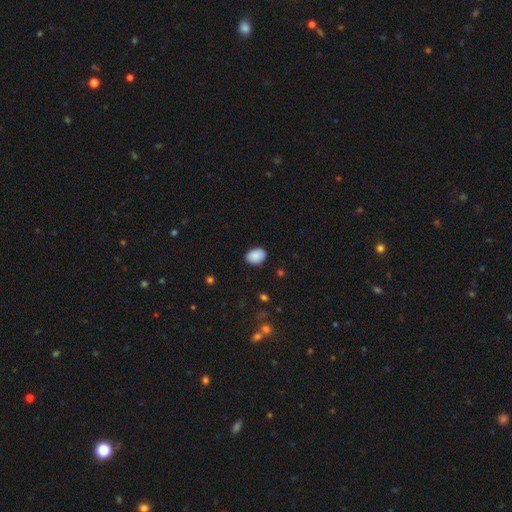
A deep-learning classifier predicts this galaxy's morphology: Smooth or featured? smooth (89%)
How rounded? in between (69%)
Merging? none (86%)